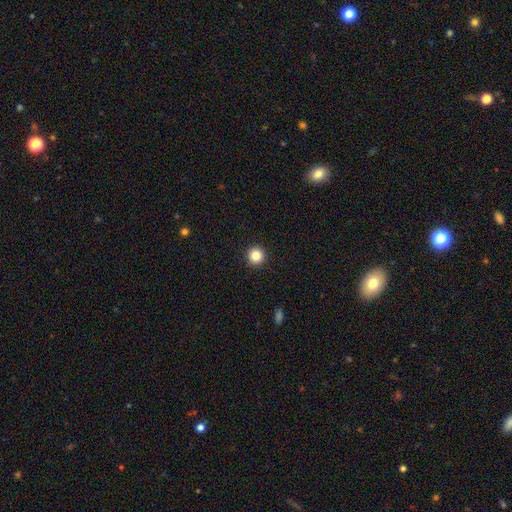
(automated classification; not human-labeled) Q: Smooth or featured?
A: smooth (85%); runner-up: star or artifact (11%)
Q: How rounded?
A: round (96%); runner-up: in between (3%)
Q: Merging?
A: none (94%); runner-up: minor disturbance (4%)